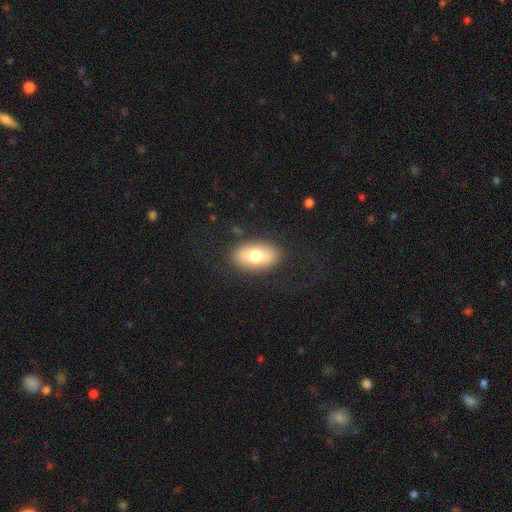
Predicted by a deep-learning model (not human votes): Smooth or featured? smooth (70%)
How rounded? in between (91%)
Merging? none (85%)